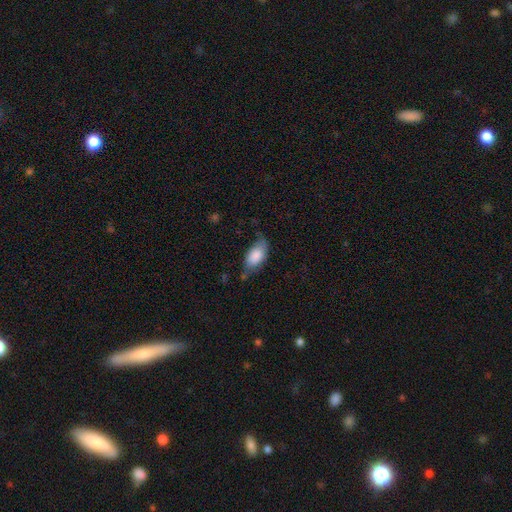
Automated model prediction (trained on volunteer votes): A smooth galaxy with no disk features (80%) that is in between round and cigar-shaped (93%). Merging: none (50%).